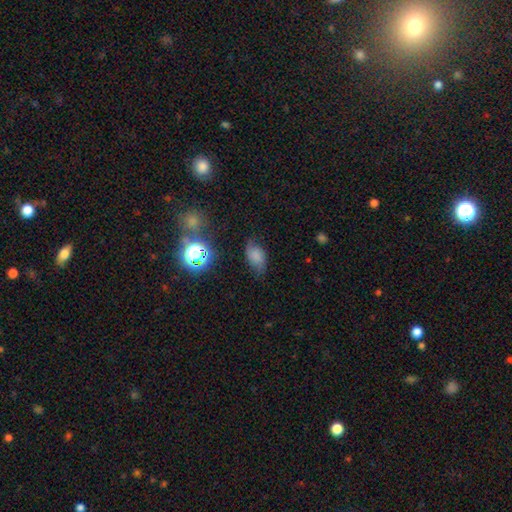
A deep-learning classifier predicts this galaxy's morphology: This is likely a smooth galaxy (70%). How rounded: clearly in between (88%). Merging: likely none (61%).